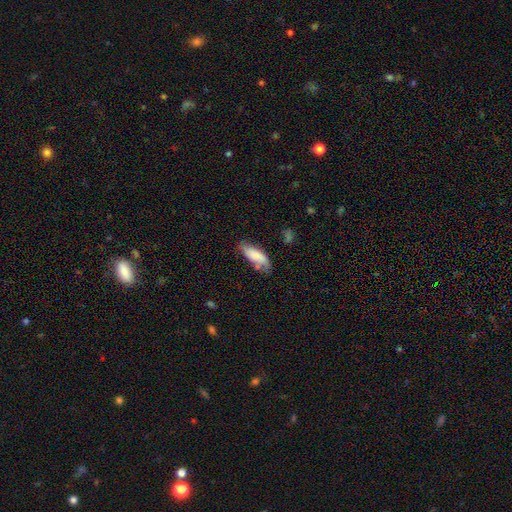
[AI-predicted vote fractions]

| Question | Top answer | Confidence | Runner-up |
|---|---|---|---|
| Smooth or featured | smooth | 77% | featured or disk (17%) |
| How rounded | in between | 70% | cigar-shaped (28%) |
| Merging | none | 58% | minor disturbance (28%) |